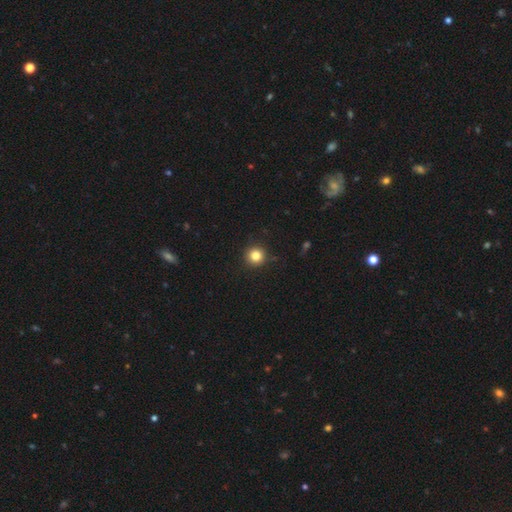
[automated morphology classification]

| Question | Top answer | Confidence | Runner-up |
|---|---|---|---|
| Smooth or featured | smooth | 83% | star or artifact (12%) |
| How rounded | round | 95% | in between (4%) |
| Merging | none | 91% | minor disturbance (6%) |